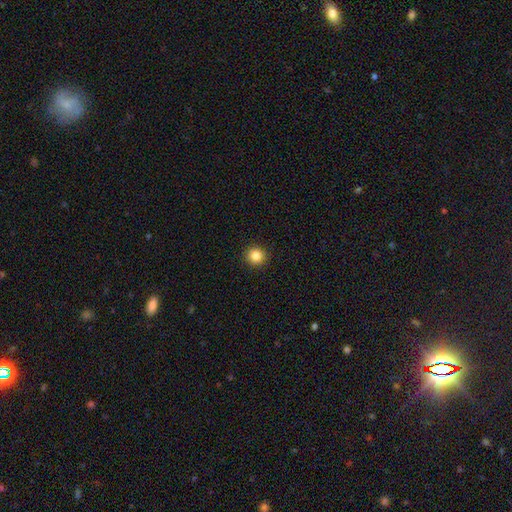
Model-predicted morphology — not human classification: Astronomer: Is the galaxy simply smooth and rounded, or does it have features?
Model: smooth — 85%.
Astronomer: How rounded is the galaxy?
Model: round — 93%.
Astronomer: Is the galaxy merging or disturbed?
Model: none — 92%.